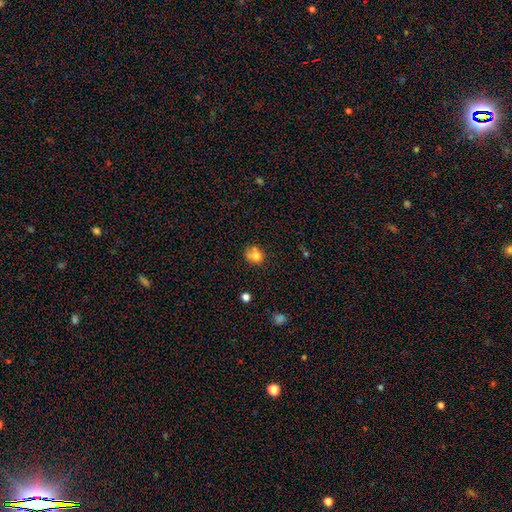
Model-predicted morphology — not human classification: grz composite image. It shows a smooth galaxy with no disk features (74%) that is round (66%). Merging: none (49%).